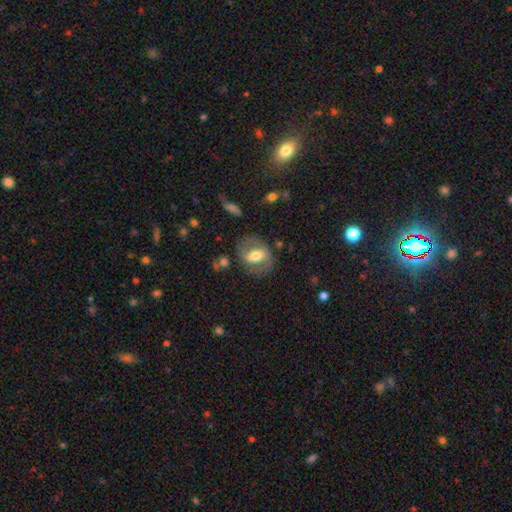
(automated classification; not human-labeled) This appears to be a featured or disk galaxy (50%). Merging: none (72%).